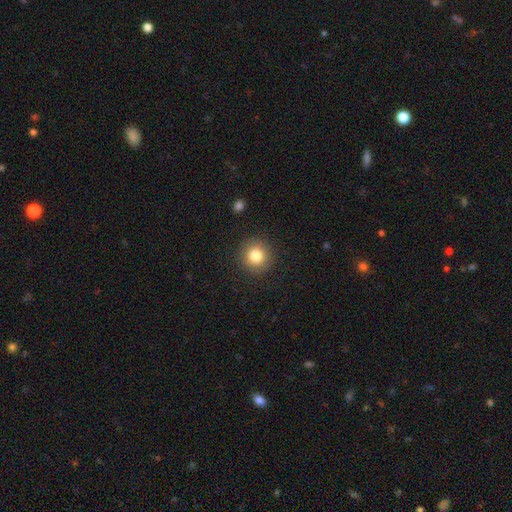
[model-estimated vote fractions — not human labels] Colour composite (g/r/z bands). It shows a smooth galaxy with no disk features (82%) that is round (93%). Merging: none (90%).